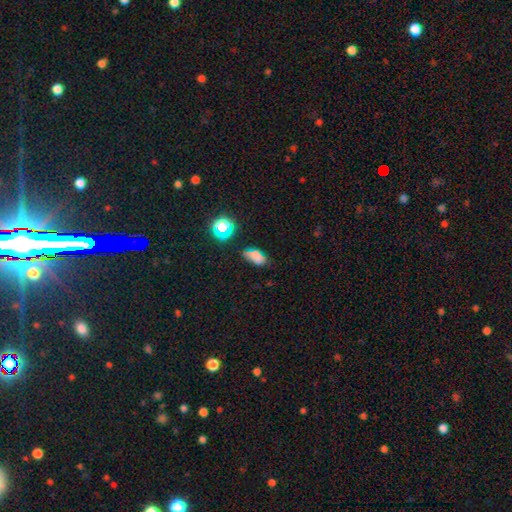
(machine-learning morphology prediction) A smooth galaxy with no disk features (68%) that is in between round and cigar-shaped (85%).

Vote fractions:
- Smooth or featured? smooth: 68% / star or artifact: 21% / featured or disk: 11%
- How rounded? in between: 85% / round: 9% / cigar-shaped: 6%
- Merging? none: 58% / minor disturbance: 28% / major disturbance: 9% / merger: 5%